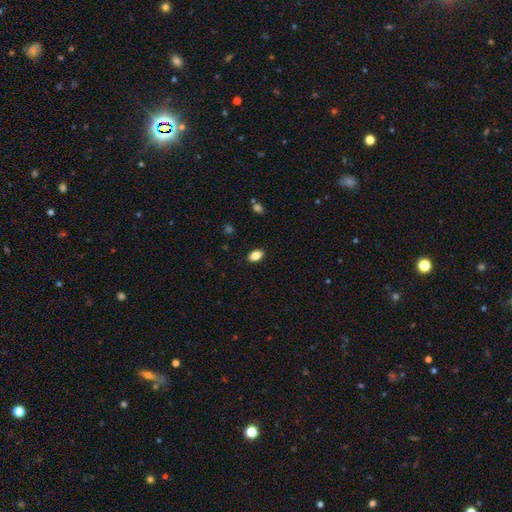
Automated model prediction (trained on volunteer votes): Q: Smooth or featured?
A: smooth (86%); runner-up: star or artifact (9%)
Q: How rounded?
A: in between (89%); runner-up: round (9%)
Q: Merging?
A: none (89%); runner-up: minor disturbance (8%)